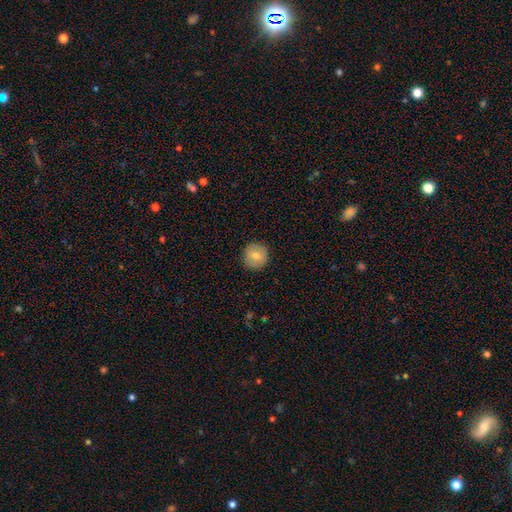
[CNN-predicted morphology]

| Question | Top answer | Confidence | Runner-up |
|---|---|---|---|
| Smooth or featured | smooth | 76% | featured or disk (16%) |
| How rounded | round | 94% | in between (5%) |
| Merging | none | 91% | minor disturbance (7%) |